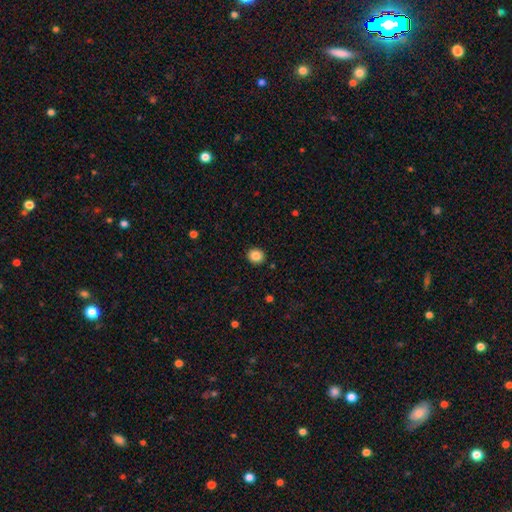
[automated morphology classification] Overall: smooth (85%). How rounded: round (81%). Merging: none (92%).